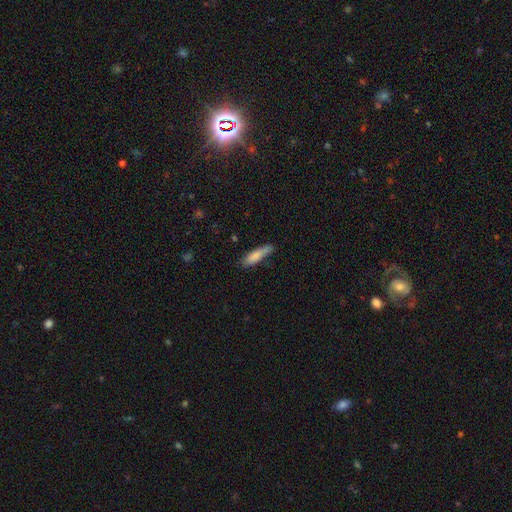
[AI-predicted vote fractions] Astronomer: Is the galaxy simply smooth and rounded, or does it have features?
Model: smooth — 81%.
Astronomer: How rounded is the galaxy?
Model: cigar-shaped — 74%.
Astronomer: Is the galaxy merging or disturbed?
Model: none — 67%.